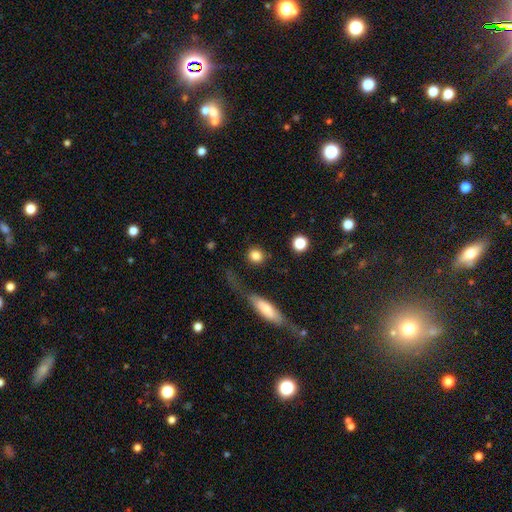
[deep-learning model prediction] A smooth galaxy with no disk features (85%) that is round (83%).

Vote fractions:
- Smooth or featured? smooth: 85% / star or artifact: 8% / featured or disk: 7%
- How rounded? round: 83% / in between: 14% / cigar-shaped: 3%
- Merging? none: 81% / minor disturbance: 9% / major disturbance: 5% / merger: 5%